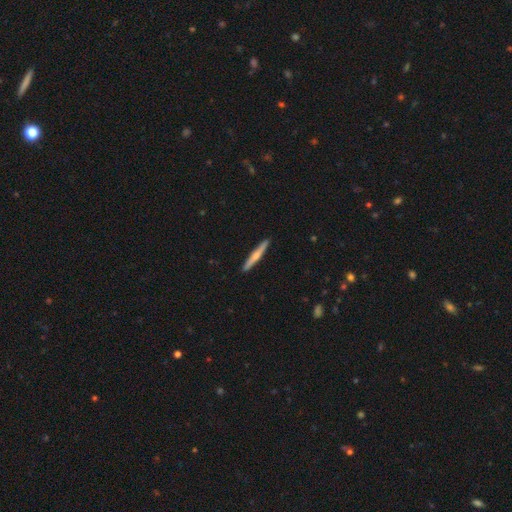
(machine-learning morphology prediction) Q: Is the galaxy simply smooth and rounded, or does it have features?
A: featured or disk — 49%.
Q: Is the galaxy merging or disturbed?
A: none — 92%.